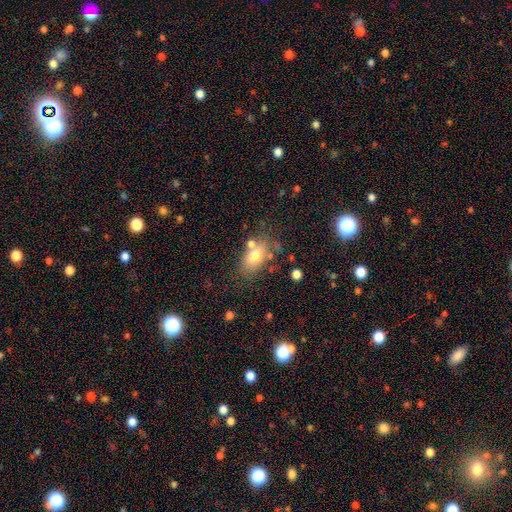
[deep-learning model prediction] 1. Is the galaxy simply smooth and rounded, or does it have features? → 71% smooth, 20% featured or disk, 9% star or artifact.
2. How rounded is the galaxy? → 86% in between, 10% round, 4% cigar-shaped.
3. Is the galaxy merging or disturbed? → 59% none, 19% minor disturbance, 15% merger, 8% major disturbance.